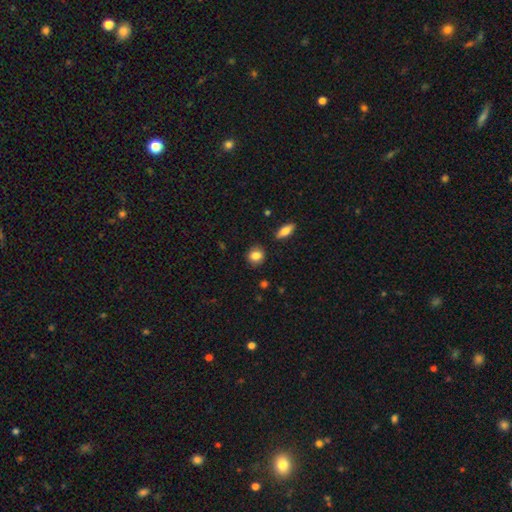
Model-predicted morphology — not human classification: A smooth galaxy with no disk features (84%) that is round (75%). Merging: none (87%).